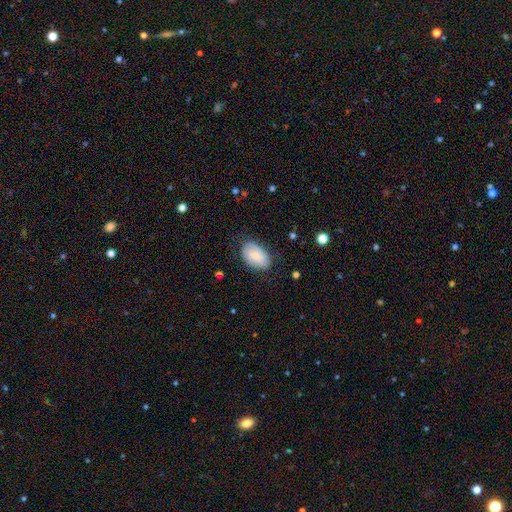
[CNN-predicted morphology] A smooth galaxy with no disk features (78%) that is in between round and cigar-shaped (92%). Merging: none (71%).